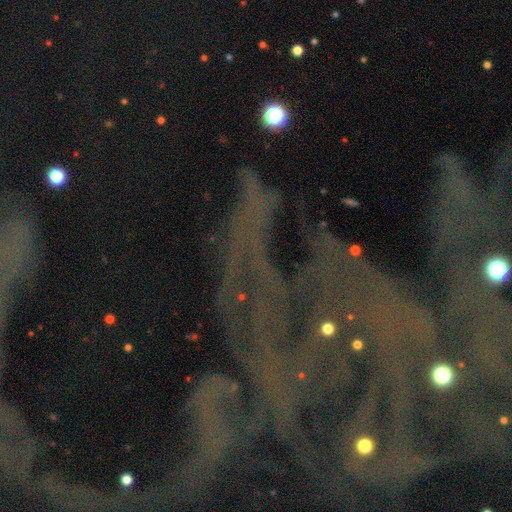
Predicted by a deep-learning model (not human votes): This appears to be a star or artifact, not a galaxy (76%).